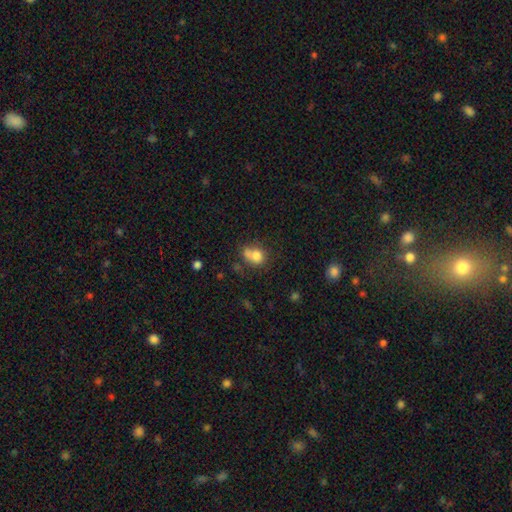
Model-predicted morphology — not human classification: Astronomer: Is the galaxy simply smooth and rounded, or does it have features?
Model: smooth — 75%.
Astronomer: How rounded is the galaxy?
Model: round — 64%.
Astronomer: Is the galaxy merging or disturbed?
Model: merger — 37% (runner-up: none, 36%).